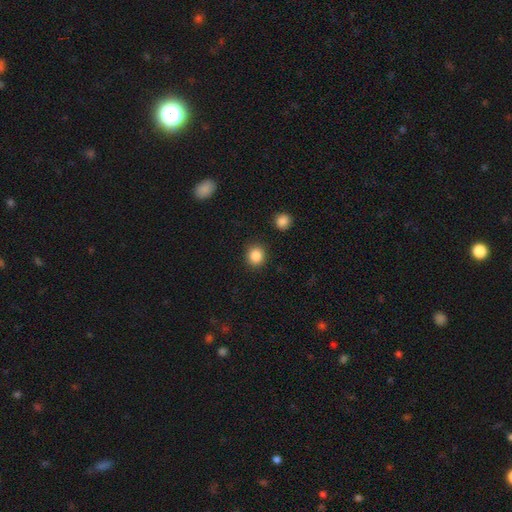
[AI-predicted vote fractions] Q: Smooth or featured?
A: smooth (87%); runner-up: star or artifact (10%)
Q: How rounded?
A: round (87%); runner-up: in between (12%)
Q: Merging?
A: none (90%); runner-up: minor disturbance (6%)